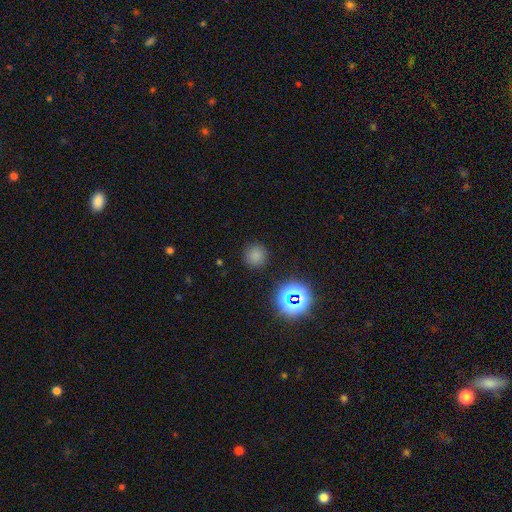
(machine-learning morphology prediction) A smooth galaxy with no disk features (73%) that is round (93%).

Vote fractions:
- Smooth or featured? smooth: 73% / star or artifact: 21% / featured or disk: 5%
- How rounded? round: 93% / in between: 6% / cigar-shaped: 1%
- Merging? none: 88% / minor disturbance: 7% / major disturbance: 3% / merger: 2%